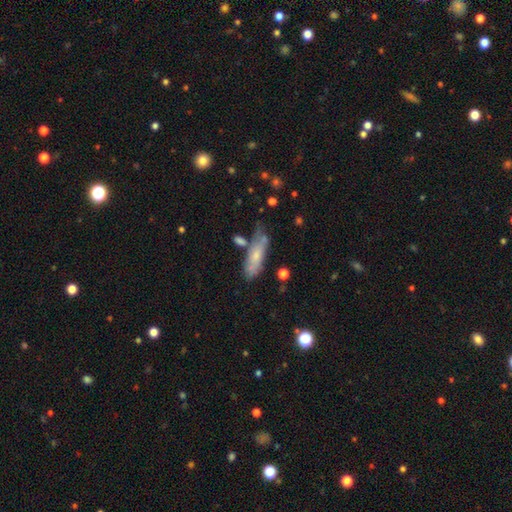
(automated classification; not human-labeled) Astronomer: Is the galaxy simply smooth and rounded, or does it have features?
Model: smooth — 59%.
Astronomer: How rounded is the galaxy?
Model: in between — 52% (runner-up: cigar-shaped, 45%).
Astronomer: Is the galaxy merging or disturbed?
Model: none — 48% (runner-up: minor disturbance, 29%).